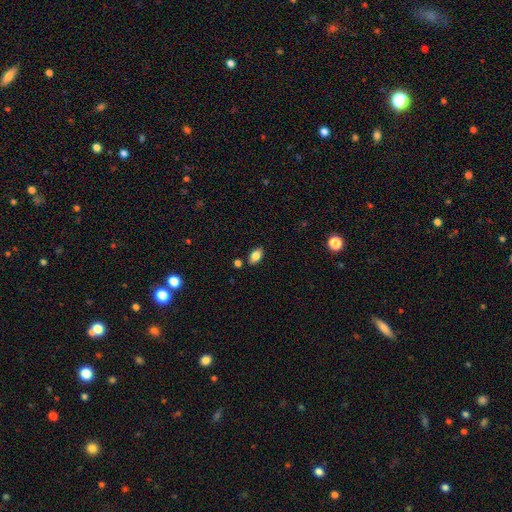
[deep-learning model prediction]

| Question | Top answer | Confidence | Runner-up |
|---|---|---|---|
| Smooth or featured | smooth | 83% | star or artifact (9%) |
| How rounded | in between | 91% | round (7%) |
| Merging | none | 85% | minor disturbance (10%) |